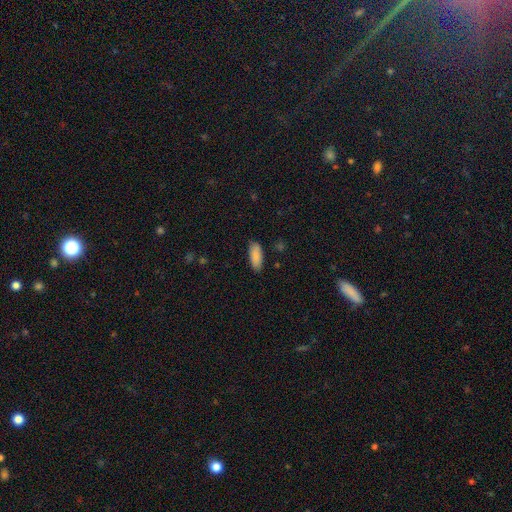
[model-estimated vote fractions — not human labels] A smooth galaxy with no disk features (89%) that is in between round and cigar-shaped (75%).

Vote fractions:
- Smooth or featured? smooth: 89% / star or artifact: 6% / featured or disk: 5%
- How rounded? in between: 75% / cigar-shaped: 23% / round: 2%
- Merging? none: 86% / minor disturbance: 10% / major disturbance: 2% / merger: 1%